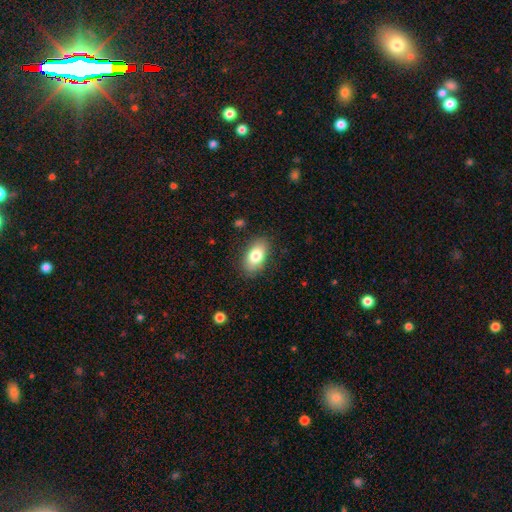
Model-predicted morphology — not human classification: The model was most divided on "smooth or featured": smooth: 79%, featured or disk: 14%, star or artifact: 7%. More confident: how rounded — in between (91%); merging — none (84%).